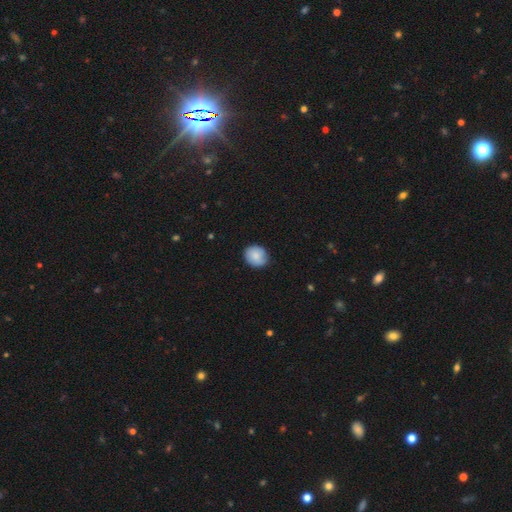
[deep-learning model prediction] The model was most divided on "how rounded": round: 73%, in between: 26%, cigar-shaped: 1%. More confident: smooth or featured — smooth (84%); merging — none (82%).